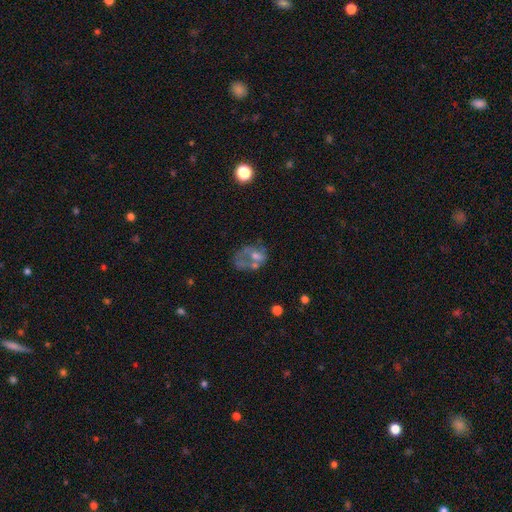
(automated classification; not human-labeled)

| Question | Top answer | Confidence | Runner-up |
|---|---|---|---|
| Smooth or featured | featured or disk | 52% | smooth (32%) |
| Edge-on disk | no | 97% | yes (3%) |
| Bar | no | 83% | weak (14%) |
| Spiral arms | no | 83% | yes (17%) |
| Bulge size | none | 33% | tied: moderate (33%) |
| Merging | major disturbance | 34% | none (29%) |